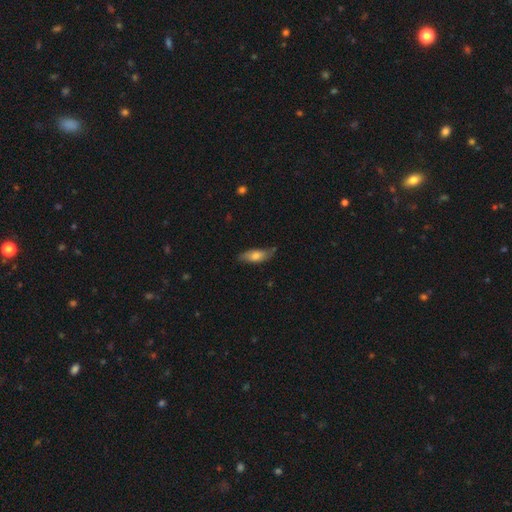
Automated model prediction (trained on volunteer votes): Smooth or featured? smooth (65%)
How rounded? in between (66%)
Merging? none (72%)